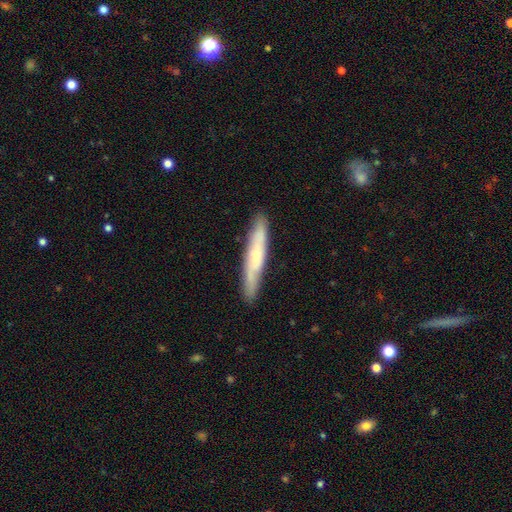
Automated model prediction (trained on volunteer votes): smooth-or-featured: featured or disk: 51% | smooth: 43% | star or artifact: 6%
  disk-edge-on: yes: 73% | no: 27%
  merging: none: 85% | minor disturbance: 12% | major disturbance: 2% | merger: 1%